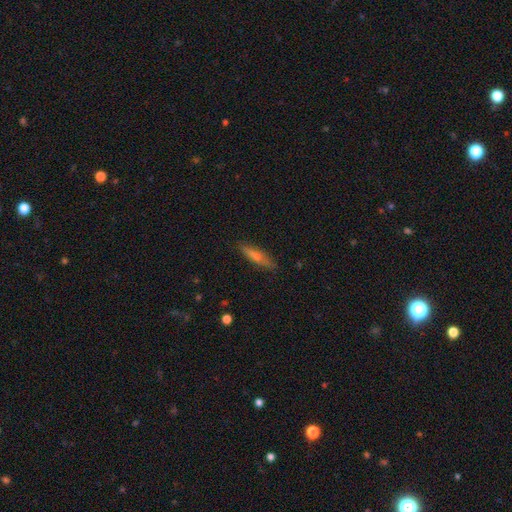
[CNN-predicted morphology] A smooth galaxy with no disk features (49%). Merging: none (87%).